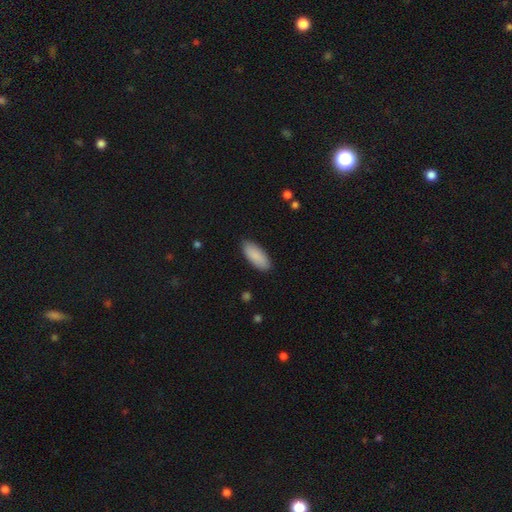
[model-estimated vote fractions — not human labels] Smooth or featured?
  - smooth: 89% *
  - star or artifact: 5%
  - featured or disk: 5%
How rounded?
  - in between: 84% *
  - cigar-shaped: 14%
  - round: 2%
Merging?
  - none: 88% *
  - minor disturbance: 9%
  - major disturbance: 2%
  - merger: 1%